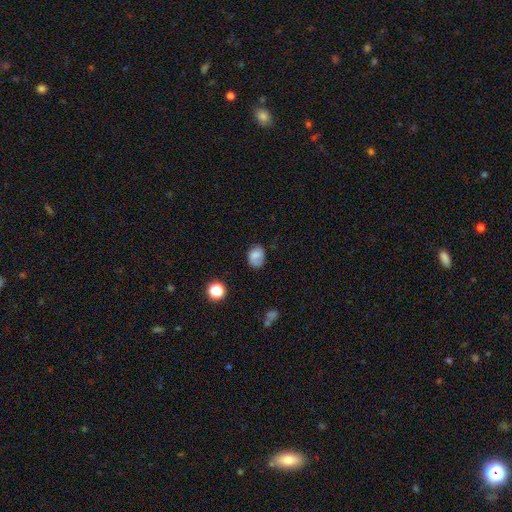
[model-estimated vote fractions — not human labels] Smooth or featured? Predicted: smooth (p=0.72). How rounded? Predicted: in between (p=0.56). Merging? Predicted: none (p=0.60).